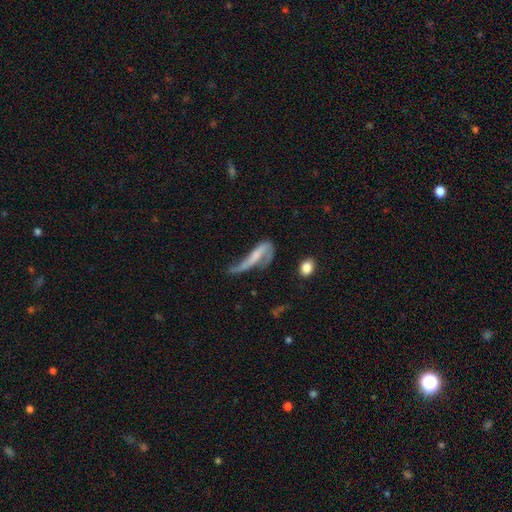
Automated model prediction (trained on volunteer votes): This appears to be a featured or disk galaxy (57%). Merging: major disturbance (47%).